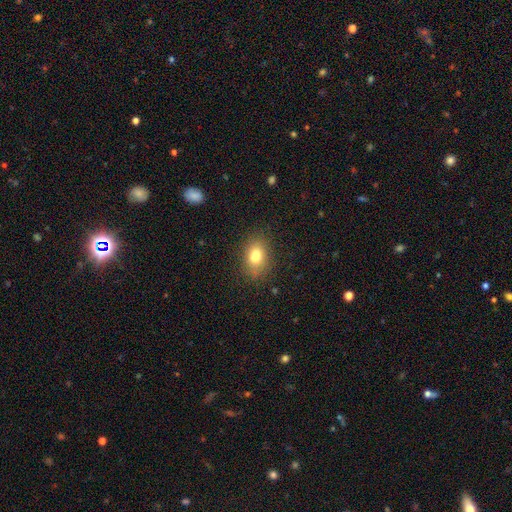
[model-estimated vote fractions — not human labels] This is likely a smooth galaxy (79%). How rounded: likely in between (76%). Merging: clearly none (82%).